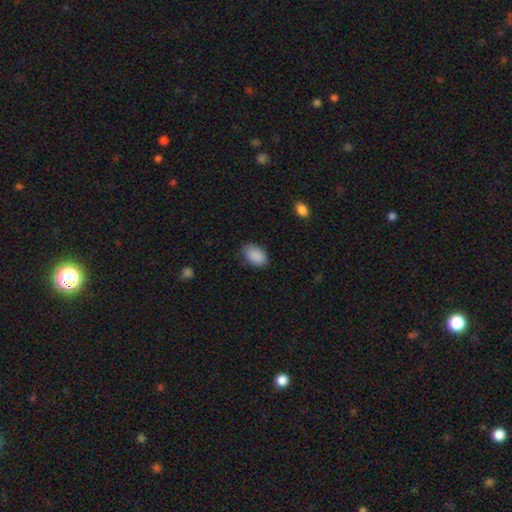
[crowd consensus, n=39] Overall: smooth (90%). How rounded: in between (100%). Merging: none (86%).